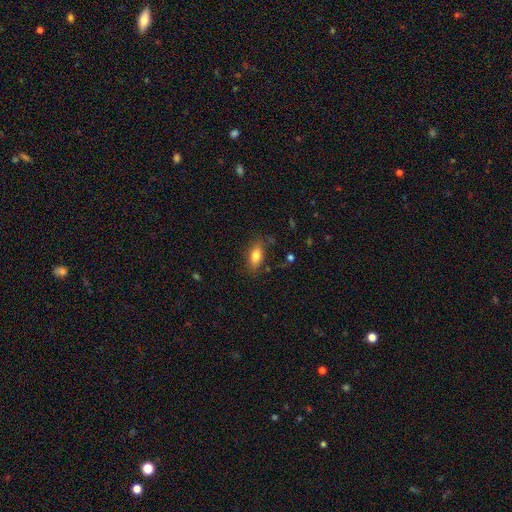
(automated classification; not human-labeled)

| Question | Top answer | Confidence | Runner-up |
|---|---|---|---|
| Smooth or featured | smooth | 80% | featured or disk (12%) |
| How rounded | in between | 83% | cigar-shaped (11%) |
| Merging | none | 78% | minor disturbance (16%) |